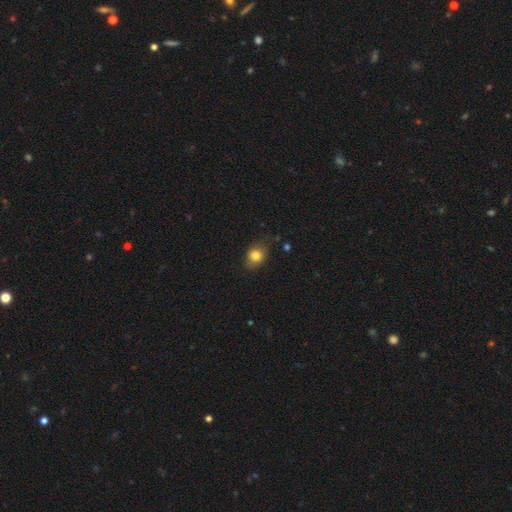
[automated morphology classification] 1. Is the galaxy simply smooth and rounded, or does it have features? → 82% smooth, 10% star or artifact, 9% featured or disk.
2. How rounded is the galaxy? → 54% in between, 45% round, 1% cigar-shaped.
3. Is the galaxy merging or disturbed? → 74% none, 20% minor disturbance, 5% major disturbance, 2% merger.